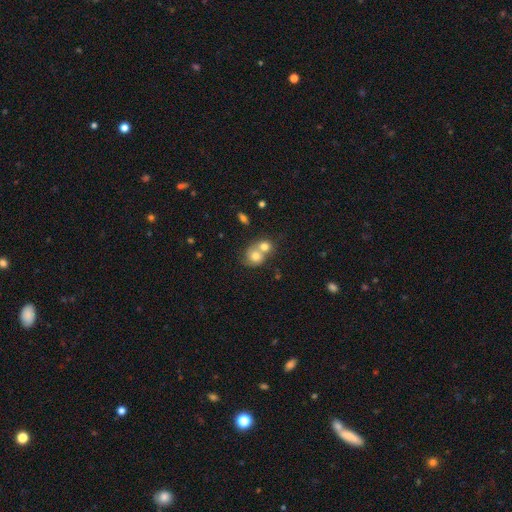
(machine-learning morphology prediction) A smooth galaxy with no disk features (71%) that is round (71%). Merging: merger (66%).